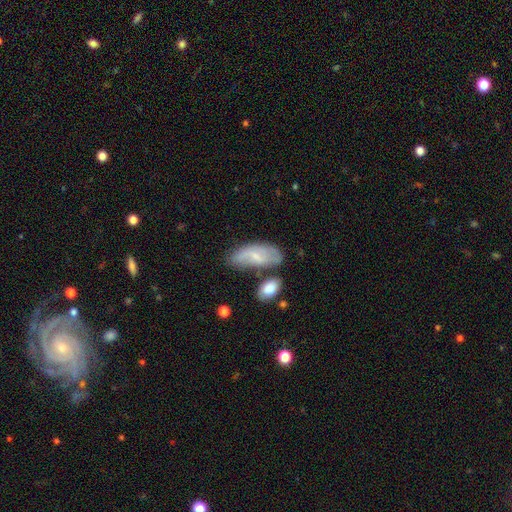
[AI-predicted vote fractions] This appears to be a smooth galaxy with no disk features (48%). Merging: none (48%).